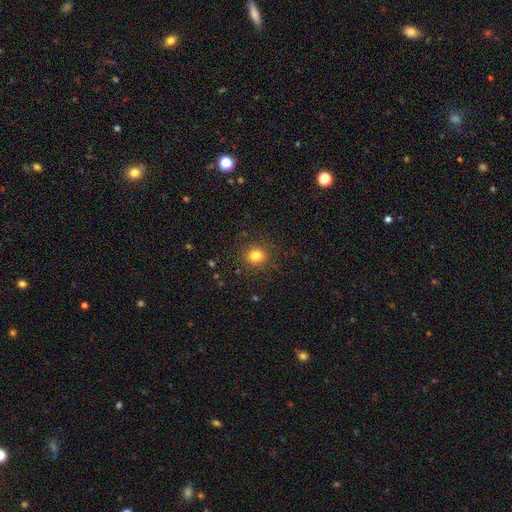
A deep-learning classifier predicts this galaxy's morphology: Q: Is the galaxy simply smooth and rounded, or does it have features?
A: smooth — 81%.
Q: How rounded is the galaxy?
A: round — 88%.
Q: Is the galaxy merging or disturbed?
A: none — 90%.